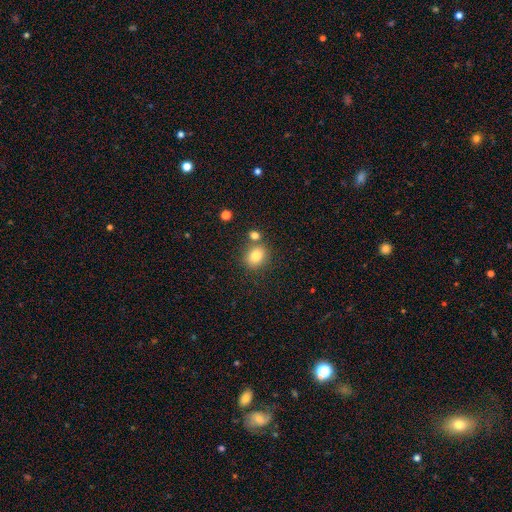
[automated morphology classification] A smooth galaxy with no disk features (81%) that is round (64%). Merging: none (72%).